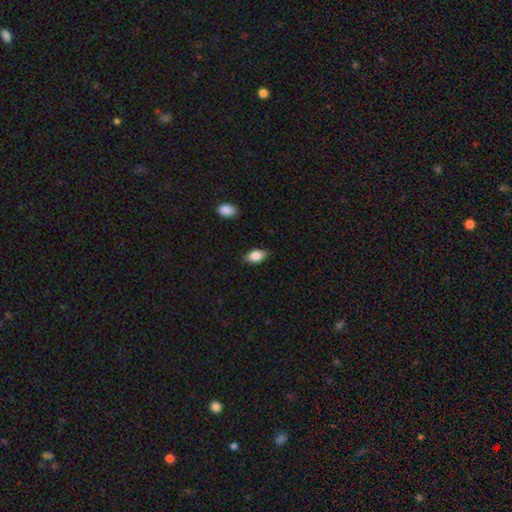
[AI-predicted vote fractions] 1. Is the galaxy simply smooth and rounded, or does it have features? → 80% smooth, 12% featured or disk, 7% star or artifact.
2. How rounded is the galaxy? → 88% in between, 9% round, 4% cigar-shaped.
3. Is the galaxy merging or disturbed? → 82% none, 14% minor disturbance, 3% major disturbance, 1% merger.